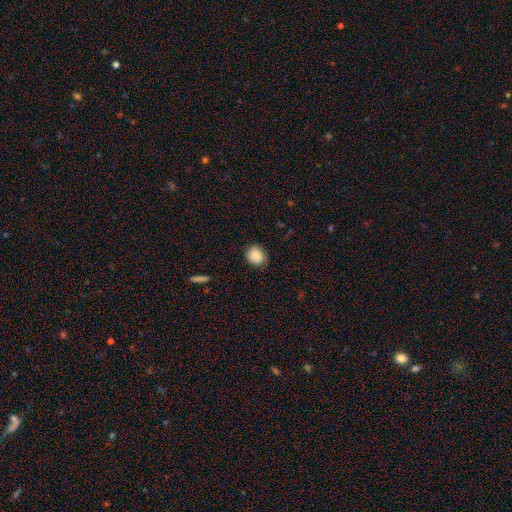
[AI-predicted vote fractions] A smooth galaxy with no disk features (87%) that is round (76%).

Vote fractions:
- Smooth or featured? smooth: 87% / star or artifact: 8% / featured or disk: 5%
- How rounded? round: 76% / in between: 23% / cigar-shaped: 1%
- Merging? none: 85% / minor disturbance: 12% / major disturbance: 2% / merger: 1%